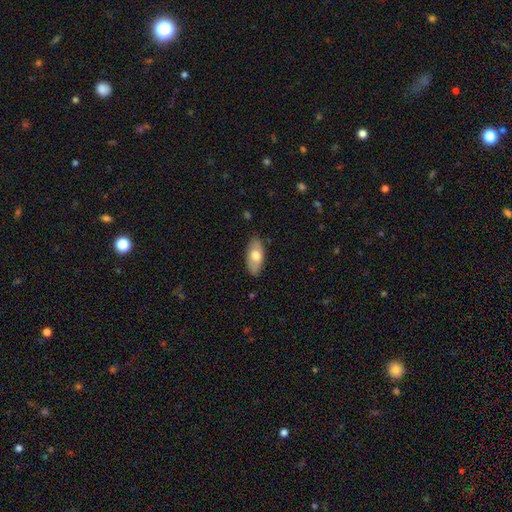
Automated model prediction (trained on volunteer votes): Morphology: type=smooth (70%); roundness=in between (91%); merging=none (84%).